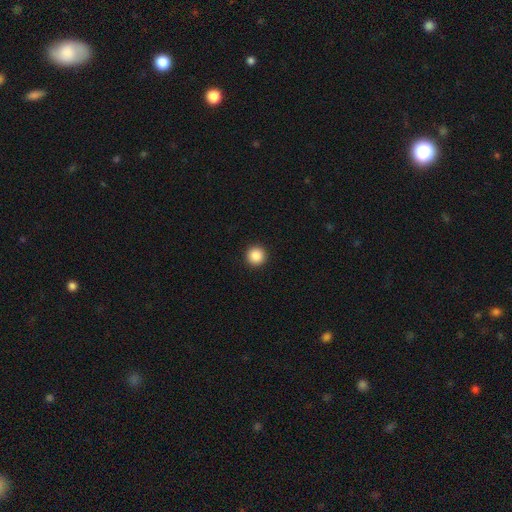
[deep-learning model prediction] The model was most divided on "smooth or featured": smooth: 88%, star or artifact: 9%, featured or disk: 3%. More confident: how rounded — round (96%); merging — none (94%).